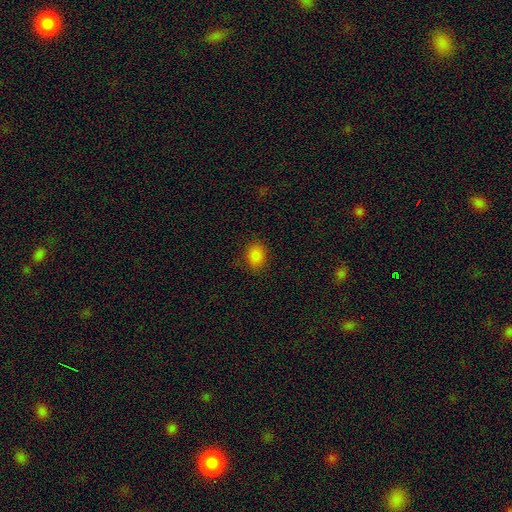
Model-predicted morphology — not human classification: A smooth galaxy with no disk features (84%) that is in between round and cigar-shaped (64%).

Vote fractions:
- Smooth or featured? smooth: 84% / star or artifact: 12% / featured or disk: 4%
- How rounded? in between: 64% / round: 34% / cigar-shaped: 1%
- Merging? none: 84% / minor disturbance: 12% / major disturbance: 3% / merger: 1%